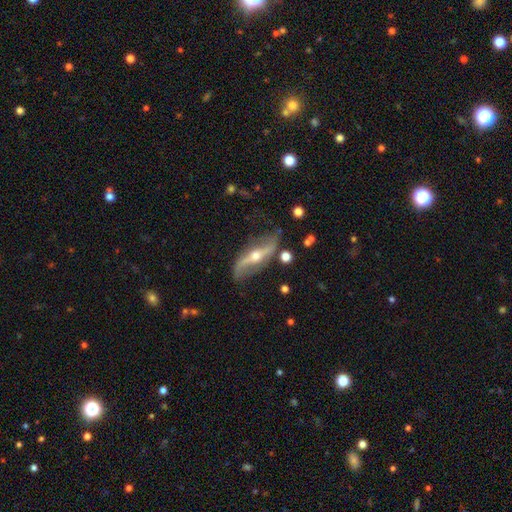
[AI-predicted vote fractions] smooth-or-featured: featured or disk: 83% | smooth: 11% | star or artifact: 6%
  disk-edge-on: no: 70% | yes: 30%
    bar: strong: 50% | no: 29% | weak: 21%
    has-spiral-arms: yes: 88% | no: 12%
      spiral-winding: loose: 82% | medium: 12% | tight: 6%
      spiral-arm-count: 2: 90% | can't tell: 4% | 1: 3% | 3: 1% | 4: 1% | more than 4: 1%
    bulge-size: moderate: 54% | small: 41% | large: 2% | none: 1% | dominant: 1%
  merging: none: 71% | minor disturbance: 18% | major disturbance: 8% | merger: 3%